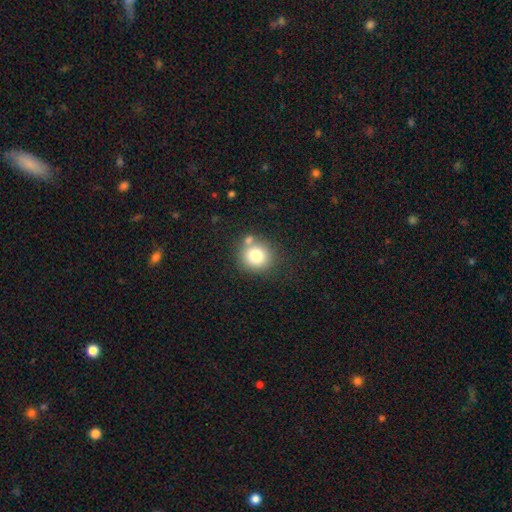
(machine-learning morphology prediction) Smooth or featured? Predicted: smooth (p=0.78). How rounded? Predicted: round (p=0.87). Merging? Predicted: none (p=0.66).